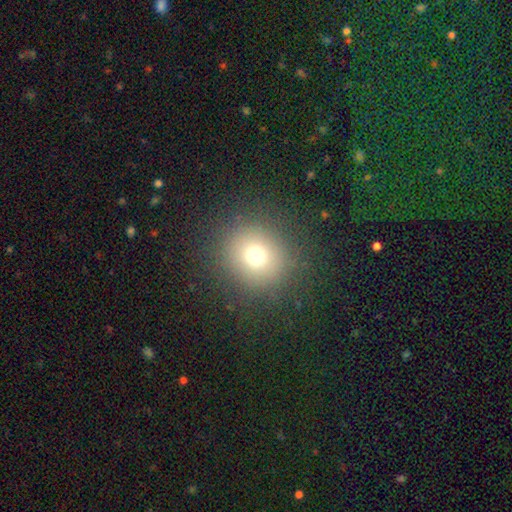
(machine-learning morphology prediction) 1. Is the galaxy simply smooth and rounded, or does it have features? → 71% smooth, 18% star or artifact, 11% featured or disk.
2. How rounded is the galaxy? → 90% round, 9% in between, 1% cigar-shaped.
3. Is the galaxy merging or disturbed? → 88% none, 7% minor disturbance, 4% major disturbance, 1% merger.